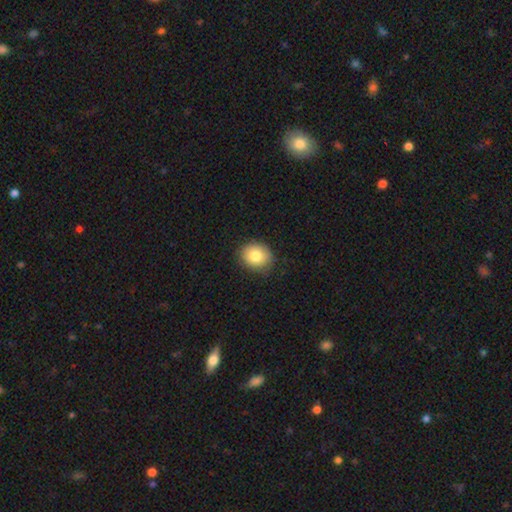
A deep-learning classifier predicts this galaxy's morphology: smooth-or-featured: smooth: 82% | featured or disk: 9% | star or artifact: 9%
  how-rounded: round: 61% | in between: 38% | cigar-shaped: 1%
  merging: none: 84% | minor disturbance: 12% | major disturbance: 2% | merger: 1%